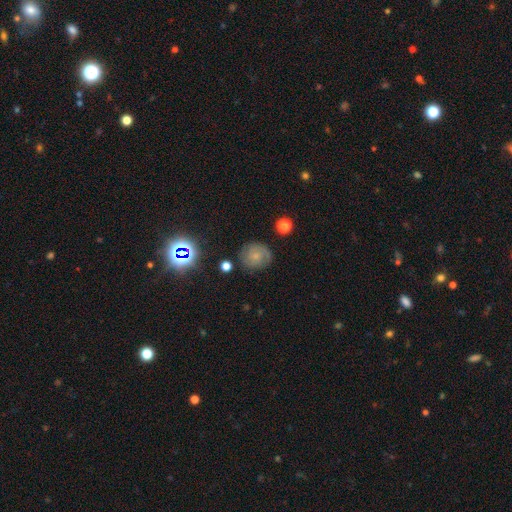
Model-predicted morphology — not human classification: Smooth or featured? Predicted: featured or disk (p=0.52). Edge-on disk? Predicted: no (p=0.97). Bar? Predicted: no (p=0.73). Spiral arms? Predicted: yes (p=0.89). Bulge size? Predicted: small (p=0.60). Merging? Predicted: none (p=0.77).